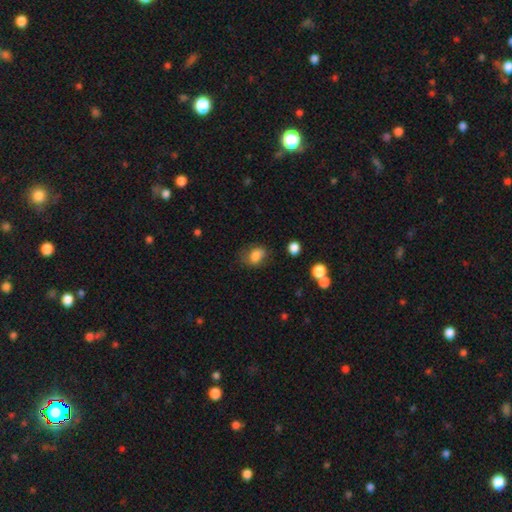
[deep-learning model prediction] Q: Smooth or featured?
A: smooth (77%); runner-up: featured or disk (12%)
Q: How rounded?
A: in between (68%); runner-up: round (31%)
Q: Merging?
A: none (55%); runner-up: minor disturbance (28%)